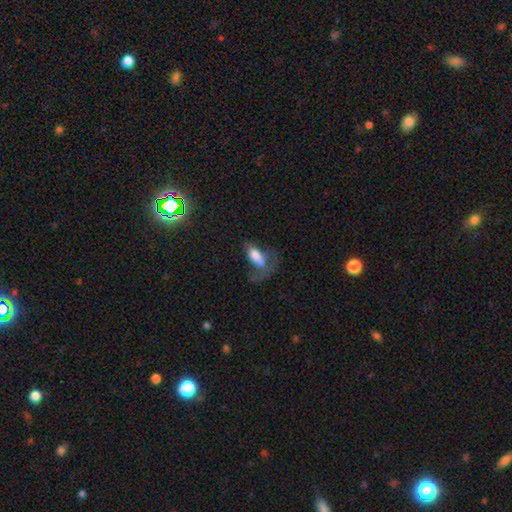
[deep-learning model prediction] A smooth galaxy with no disk features (63%) that is in between round and cigar-shaped (85%). Merging: major disturbance (48%).